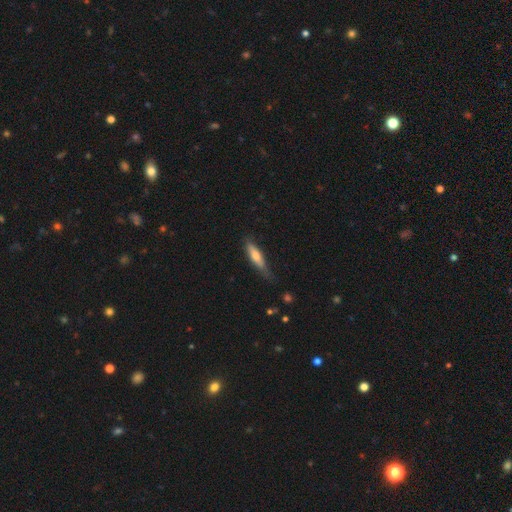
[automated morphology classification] Smooth or featured: smooth — 61% (featured or disk — 33%)
How rounded: cigar-shaped — 75% (in between — 23%)
Merging: none — 59% (minor disturbance — 31%)